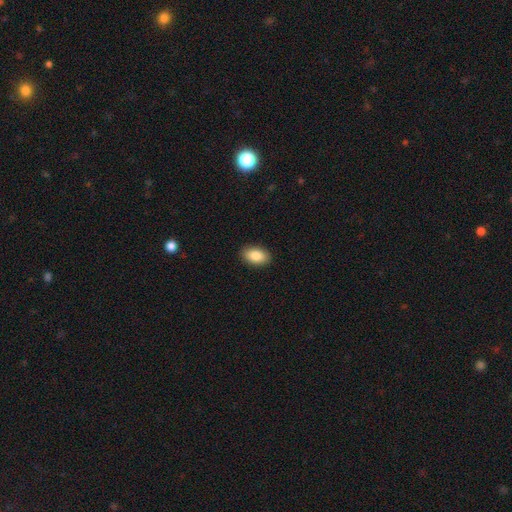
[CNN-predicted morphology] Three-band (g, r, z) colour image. It shows a smooth galaxy with no disk features (87%) that is in between round and cigar-shaped (93%). Merging: none (90%).